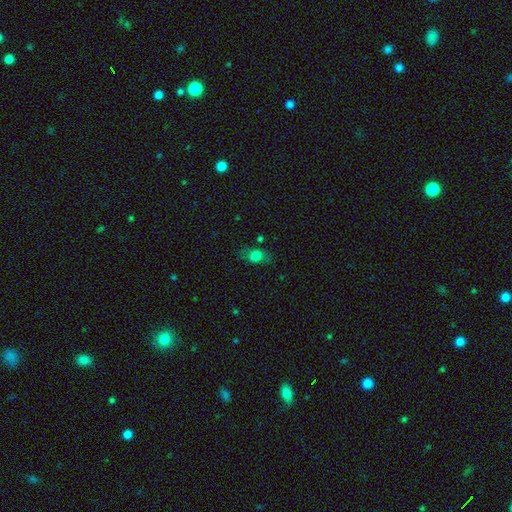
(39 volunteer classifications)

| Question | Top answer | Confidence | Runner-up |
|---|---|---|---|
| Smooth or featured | smooth | 72% | featured or disk (21%) |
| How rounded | in between | 86% | round (7%) |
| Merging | none | 81% | minor disturbance (11%) |